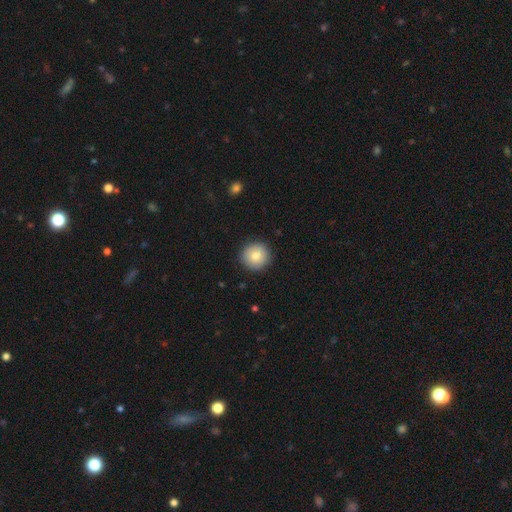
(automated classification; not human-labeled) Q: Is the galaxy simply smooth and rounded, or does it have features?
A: smooth — 81%.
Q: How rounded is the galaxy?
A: round — 94%.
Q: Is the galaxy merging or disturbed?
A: none — 91%.